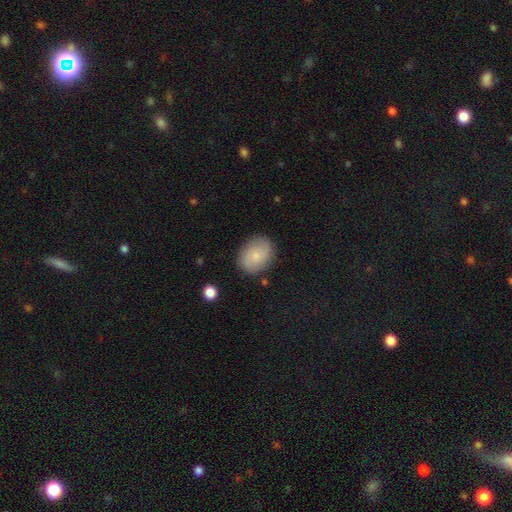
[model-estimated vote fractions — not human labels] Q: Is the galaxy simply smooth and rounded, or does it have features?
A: smooth — 62%.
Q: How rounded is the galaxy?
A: in between — 56%.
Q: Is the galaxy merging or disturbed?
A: none — 83%.